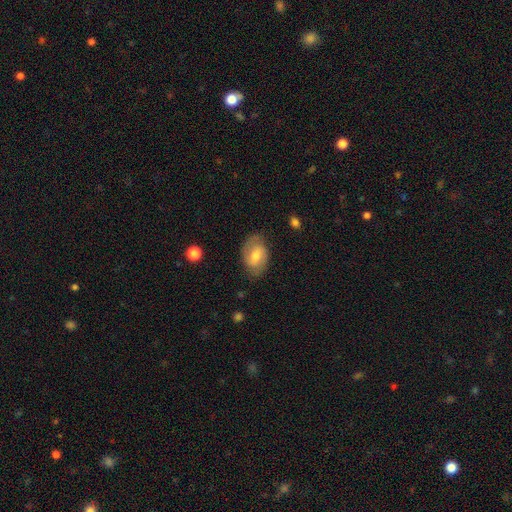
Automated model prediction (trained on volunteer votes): Smooth or featured? featured or disk (51%)
Edge-on disk? no (95%)
Merging? none (73%)